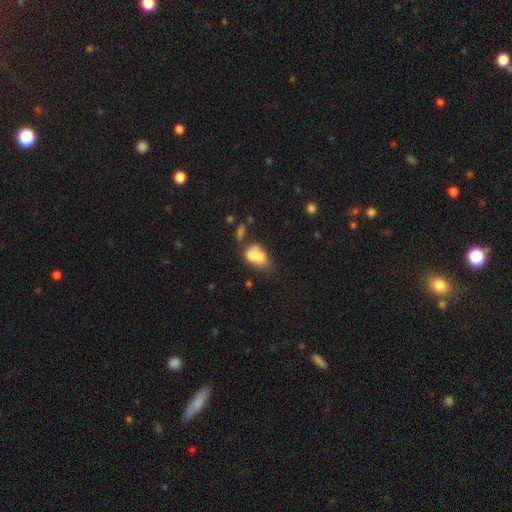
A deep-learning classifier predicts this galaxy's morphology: smooth 65%, featured or disk 25%, star or artifact 10%. Down the decision tree: how rounded — in between (82%); merging — merger (47%).